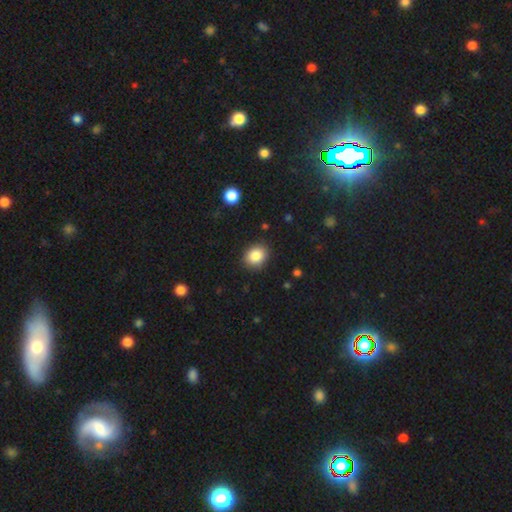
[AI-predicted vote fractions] A smooth galaxy with no disk features (86%) that is round (61%).

Vote fractions:
- Smooth or featured? smooth: 86% / star or artifact: 9% / featured or disk: 5%
- How rounded? round: 61% / in between: 38% / cigar-shaped: 1%
- Merging? none: 88% / minor disturbance: 9% / major disturbance: 2% / merger: 1%